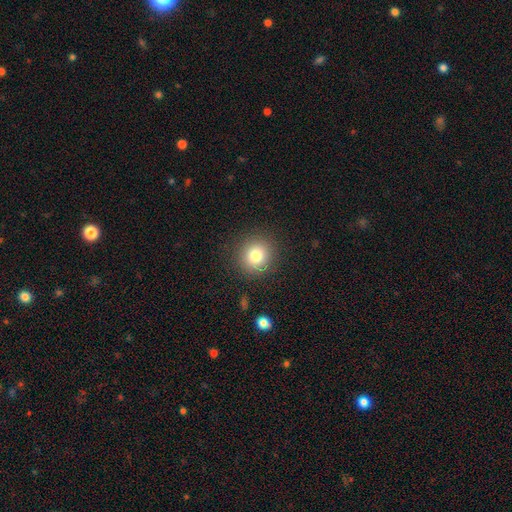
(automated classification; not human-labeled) smooth-or-featured: smooth: 81% | star or artifact: 11% | featured or disk: 8%
  how-rounded: round: 91% | in between: 8% | cigar-shaped: 1%
  merging: none: 89% | minor disturbance: 7% | major disturbance: 3% | merger: 1%